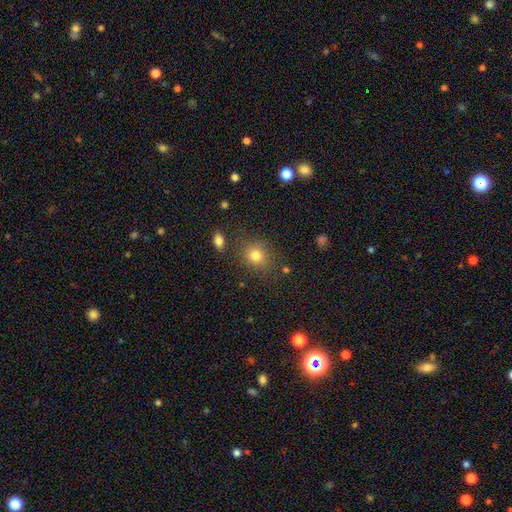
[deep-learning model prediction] Overall: smooth (79%). How rounded: round (78%). Merging: none (77%).